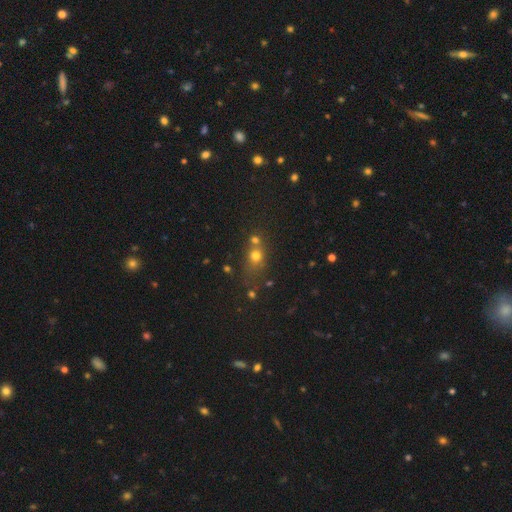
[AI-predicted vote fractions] smooth-or-featured: smooth: 69% | star or artifact: 19% | featured or disk: 11%
  how-rounded: round: 72% | in between: 26% | cigar-shaped: 2%
  merging: none: 44% | merger: 38% | minor disturbance: 11% | major disturbance: 6%